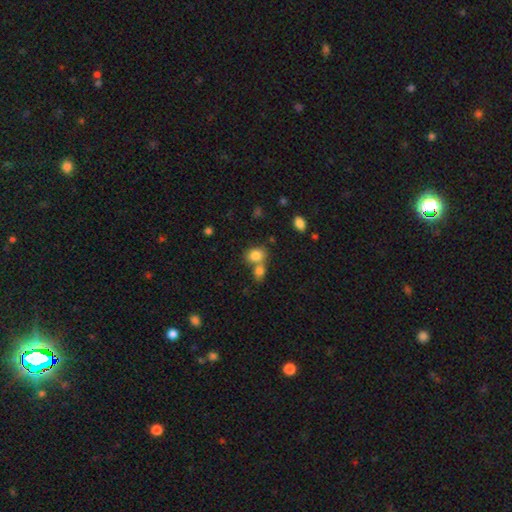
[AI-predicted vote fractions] Smooth or featured? smooth (82%)
How rounded? in between (61%)
Merging? merger (46%)